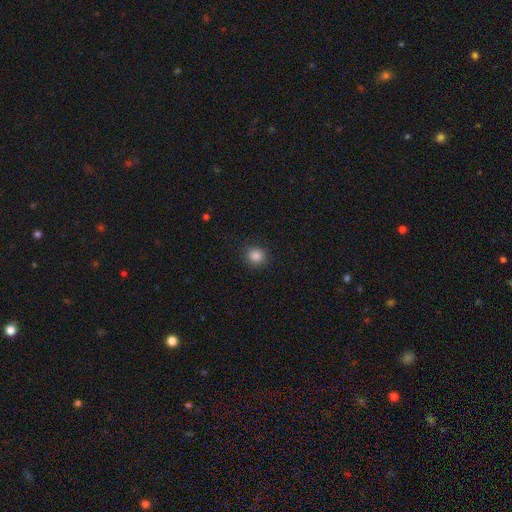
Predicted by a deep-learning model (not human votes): smooth-or-featured: smooth: 85% | star or artifact: 11% | featured or disk: 3%
  how-rounded: round: 87% | in between: 12% | cigar-shaped: 1%
  merging: none: 89% | minor disturbance: 7% | major disturbance: 2% | merger: 1%